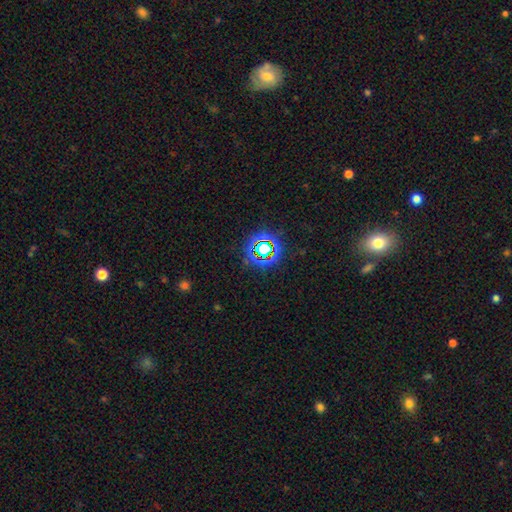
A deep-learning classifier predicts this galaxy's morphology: Overall: star or artifact (72%).